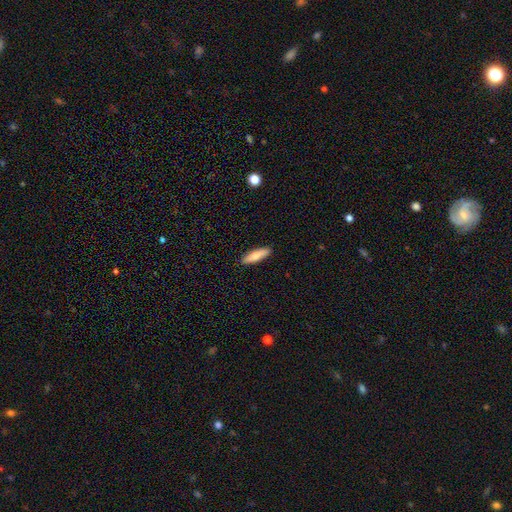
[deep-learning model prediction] Overall: smooth (77%). How rounded: cigar-shaped (65%; in between 33%). Merging: none (90%).